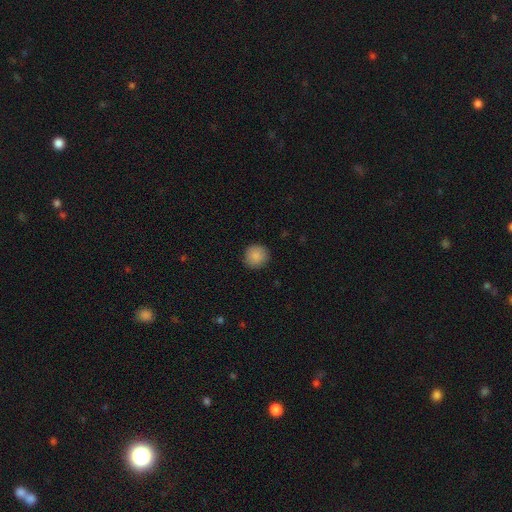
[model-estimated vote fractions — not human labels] A smooth galaxy with no disk features (88%) that is round (94%).

Vote fractions:
- Smooth or featured? smooth: 88% / star or artifact: 8% / featured or disk: 4%
- How rounded? round: 94% / in between: 5% / cigar-shaped: 1%
- Merging? none: 91% / minor disturbance: 7% / major disturbance: 2% / merger: 1%